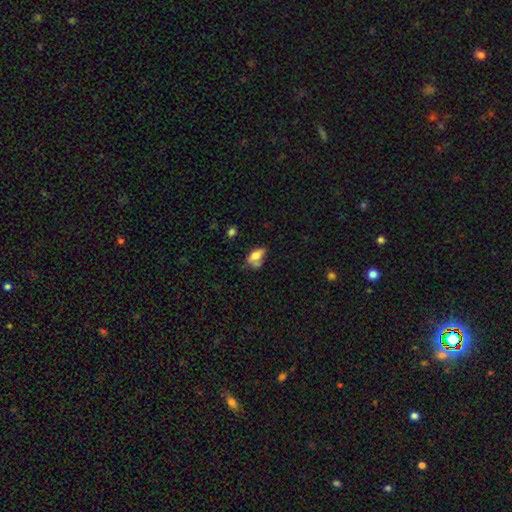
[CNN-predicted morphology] smooth_or_featured: smooth (p=0.71) [alt: featured or disk p=0.20]
how_rounded: in between (p=0.84) [alt: cigar-shaped p=0.10]
merging: none (p=0.39) [alt: minor disturbance p=0.28]